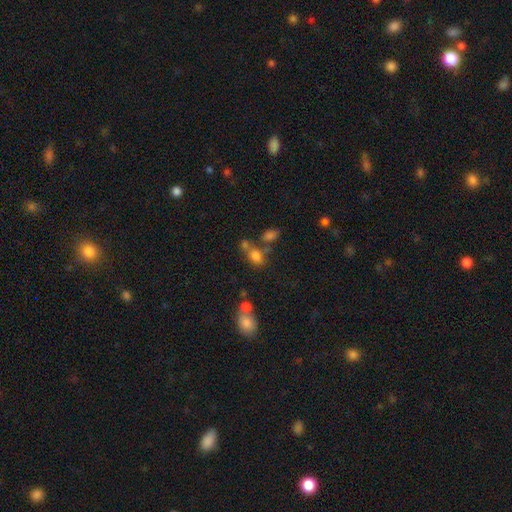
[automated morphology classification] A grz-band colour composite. It shows a smooth galaxy with no disk features (75%) that is in between round and cigar-shaped (69%). Merging: none (48%).